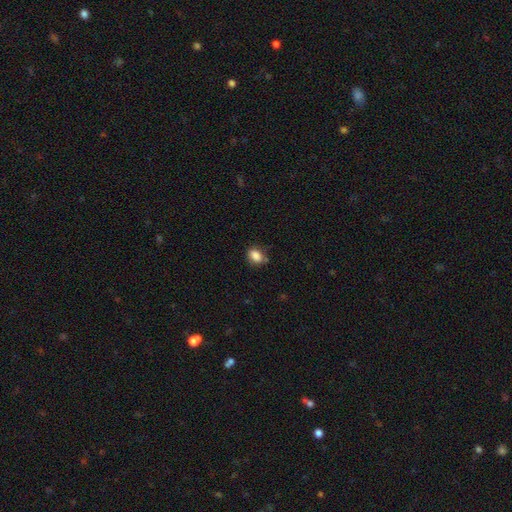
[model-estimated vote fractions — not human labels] smooth_or_featured: smooth (p=0.86) [alt: star or artifact p=0.09]
how_rounded: in between (p=0.75) [alt: round p=0.23]
merging: none (p=0.72) [alt: minor disturbance p=0.21]